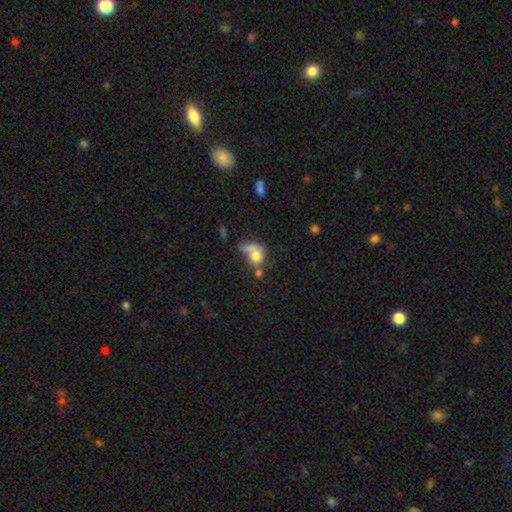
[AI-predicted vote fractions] smooth-or-featured: smooth: 71% | featured or disk: 19% | star or artifact: 11%
  how-rounded: round: 56% | in between: 42% | cigar-shaped: 2%
  merging: merger: 38% | none: 25% | major disturbance: 22% | minor disturbance: 15%